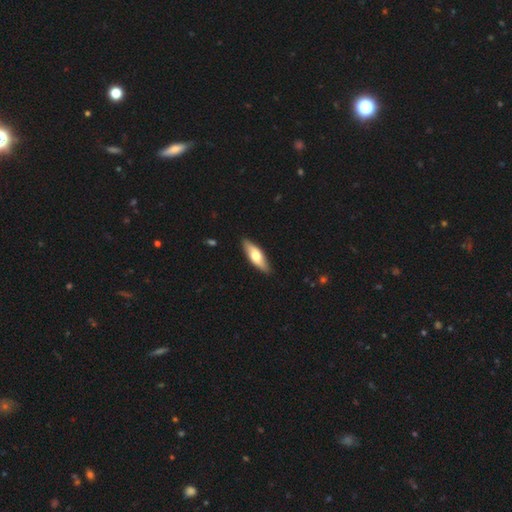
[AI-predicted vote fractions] A smooth galaxy with no disk features (58%) that is in between round and cigar-shaped (58%). Merging: none (88%).